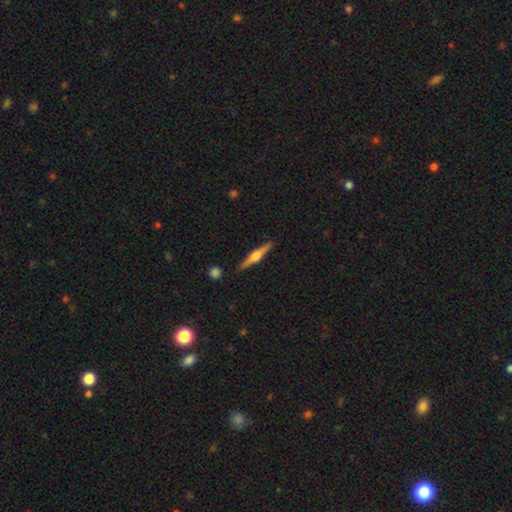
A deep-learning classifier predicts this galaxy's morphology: This is likely a featured or disk galaxy (74%). It is clearly viewed edge-on (98%). Edge-on bulge: clearly rounded (92%). Merging: clearly none (90%).